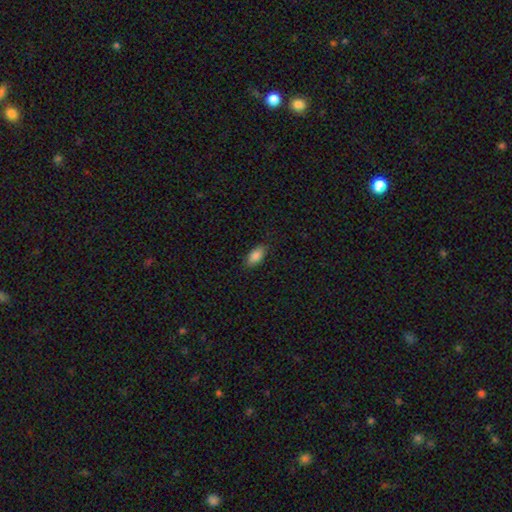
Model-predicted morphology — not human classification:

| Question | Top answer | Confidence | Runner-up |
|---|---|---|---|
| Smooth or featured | smooth | 87% | star or artifact (7%) |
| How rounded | in between | 91% | cigar-shaped (6%) |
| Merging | none | 87% | minor disturbance (10%) |